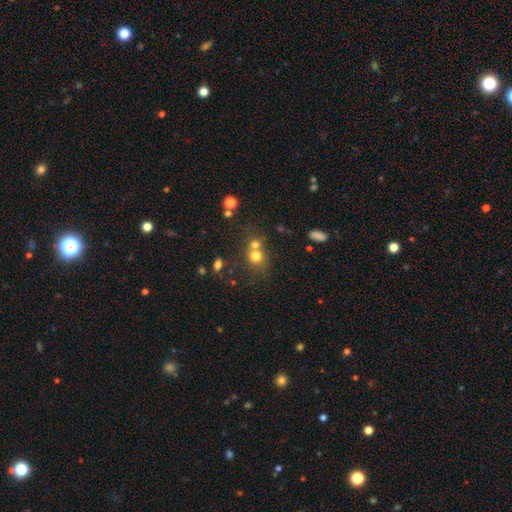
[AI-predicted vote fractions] Smooth or featured? Predicted: smooth (p=0.72). How rounded? Predicted: round (p=0.79). Merging? Predicted: merger (p=0.47).